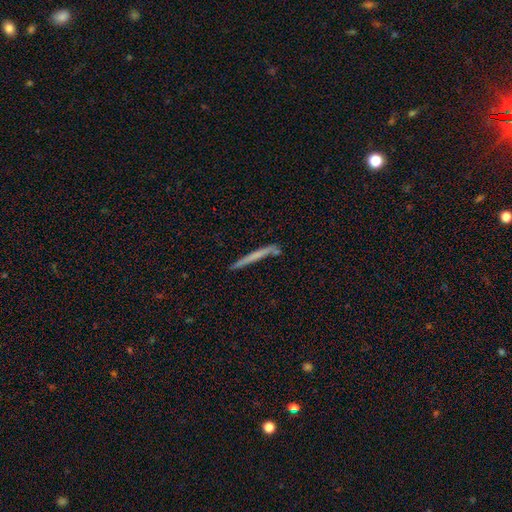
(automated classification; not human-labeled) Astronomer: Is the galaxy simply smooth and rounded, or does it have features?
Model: smooth — 54% (runner-up: featured or disk, 39%).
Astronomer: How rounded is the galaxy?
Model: cigar-shaped — 97%.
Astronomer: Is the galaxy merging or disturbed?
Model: none — 79%.